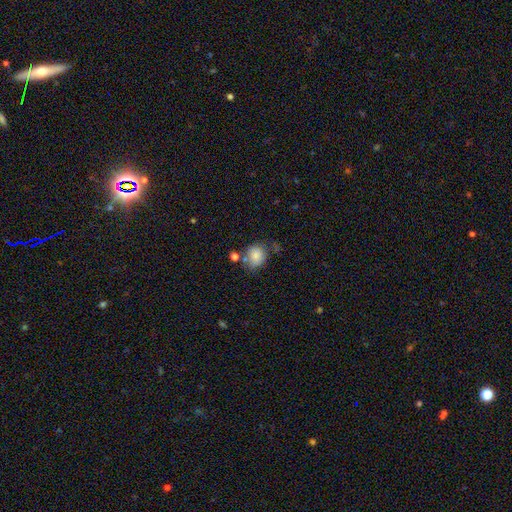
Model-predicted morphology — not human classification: smooth-or-featured: smooth: 81% | star or artifact: 9% | featured or disk: 9%
  how-rounded: round: 67% | in between: 32% | cigar-shaped: 1%
  merging: none: 57% | minor disturbance: 21% | merger: 15% | major disturbance: 8%